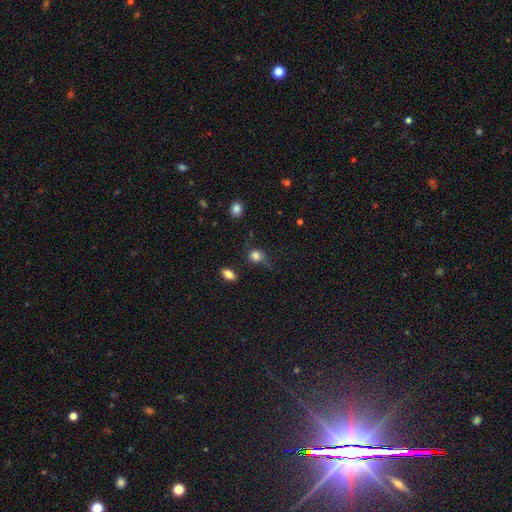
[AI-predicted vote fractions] smooth-or-featured: smooth: 78% | star or artifact: 12% | featured or disk: 9%
  how-rounded: round: 75% | in between: 23% | cigar-shaped: 2%
  merging: none: 49% | minor disturbance: 29% | major disturbance: 17% | merger: 6%